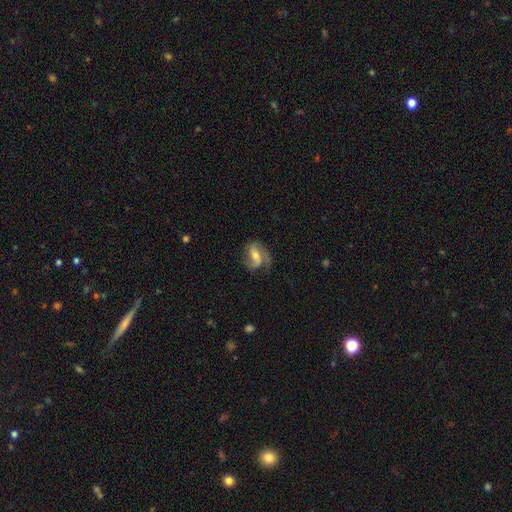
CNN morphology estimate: Smooth or featured? featured or disk (69%)
Edge-on disk? no (95%)
Bar? weak (40%)
Spiral arms? yes (89%)
Spiral winding? medium (44%)
Spiral arm count? 2 (64%)
Bulge size? moderate (53%)
Merging? none (56%)